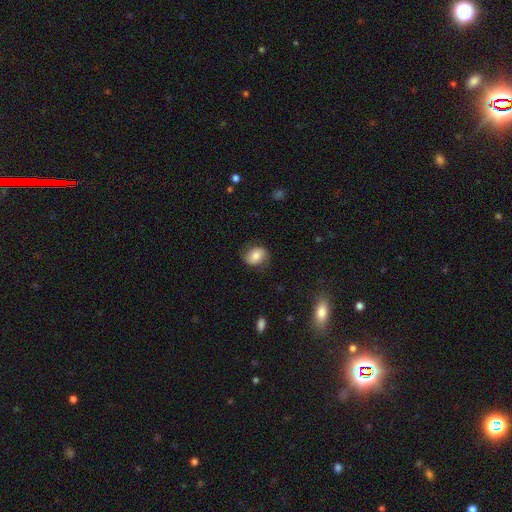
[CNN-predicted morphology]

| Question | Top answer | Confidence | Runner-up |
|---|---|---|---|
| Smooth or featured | smooth | 70% | featured or disk (21%) |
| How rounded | in between | 53% | round (46%) |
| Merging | none | 75% | minor disturbance (19%) |